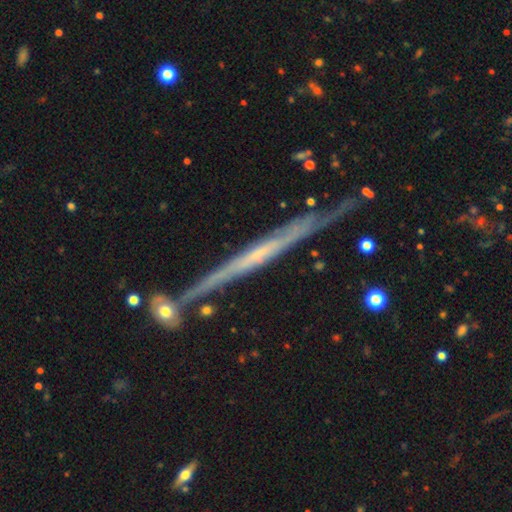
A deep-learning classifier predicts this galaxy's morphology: Q: Smooth or featured?
A: featured or disk (76%); runner-up: smooth (15%)
Q: Edge-on disk?
A: yes (97%); runner-up: no (3%)
Q: Edge-on bulge?
A: none (70%); runner-up: rounded (23%)
Q: Merging?
A: none (82%); runner-up: minor disturbance (11%)